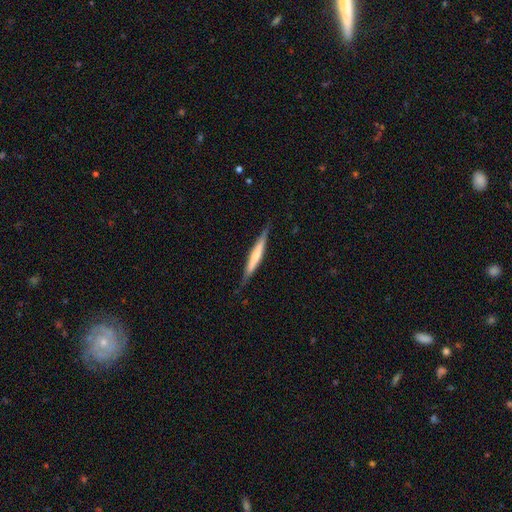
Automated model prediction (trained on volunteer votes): Smooth or featured?
  - featured or disk: 49% *
  - smooth: 46%
  - star or artifact: 5%
Merging?
  - none: 85% *
  - minor disturbance: 11%
  - major disturbance: 2%
  - merger: 1%